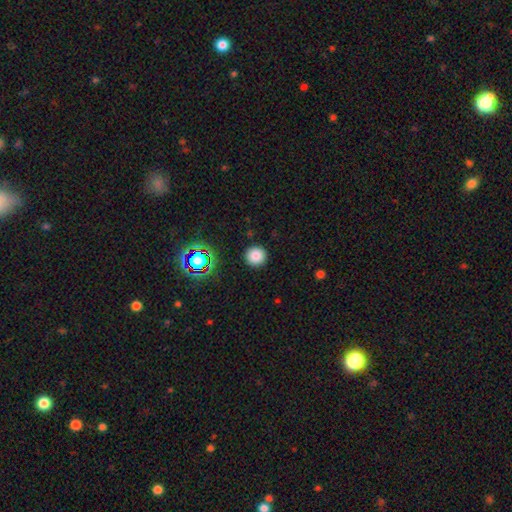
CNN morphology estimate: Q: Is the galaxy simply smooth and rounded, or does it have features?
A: smooth — 81%.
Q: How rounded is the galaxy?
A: round — 96%.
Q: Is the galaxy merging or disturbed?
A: none — 92%.